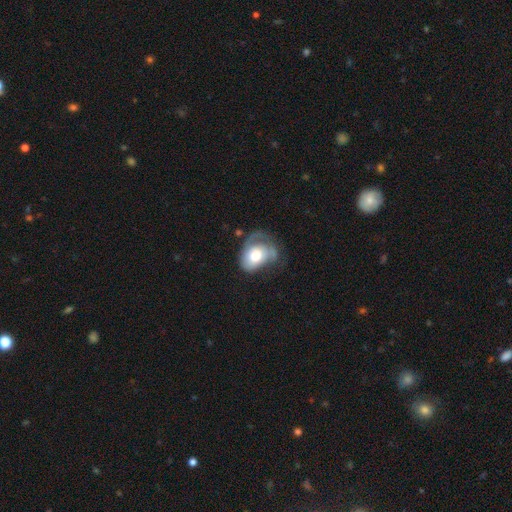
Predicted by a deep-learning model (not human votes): The model was most divided on "merging": major disturbance: 40%, minor disturbance: 30%, none: 25%, merger: 4%. More confident: how rounded — in between (63%); smooth or featured — smooth (53%).